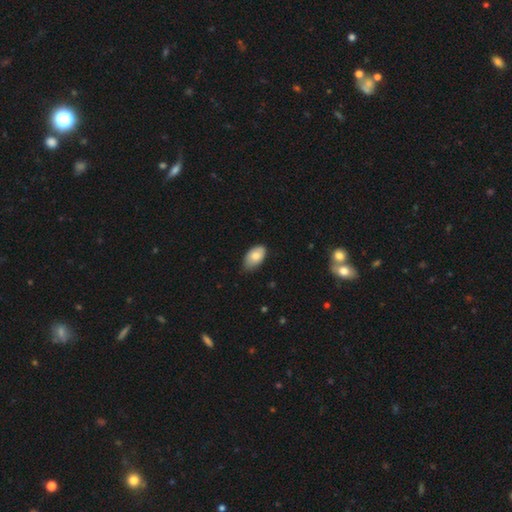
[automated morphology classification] This appears to be a smooth galaxy with no disk features (80%) that is in between round and cigar-shaped (94%). Merging: none (66%).